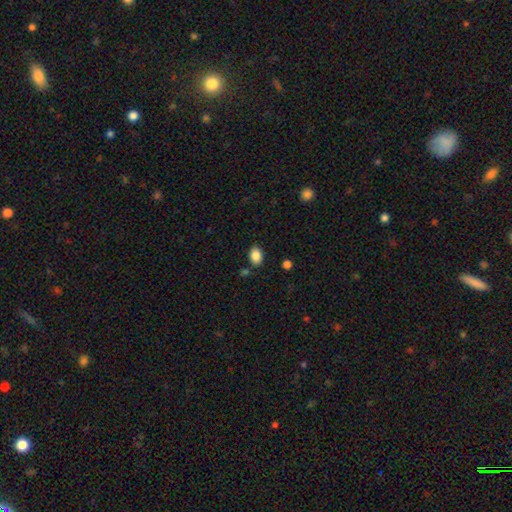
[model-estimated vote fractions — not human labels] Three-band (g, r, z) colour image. It shows a smooth galaxy with no disk features (87%) that is in between round and cigar-shaped (83%). Merging: none (82%).